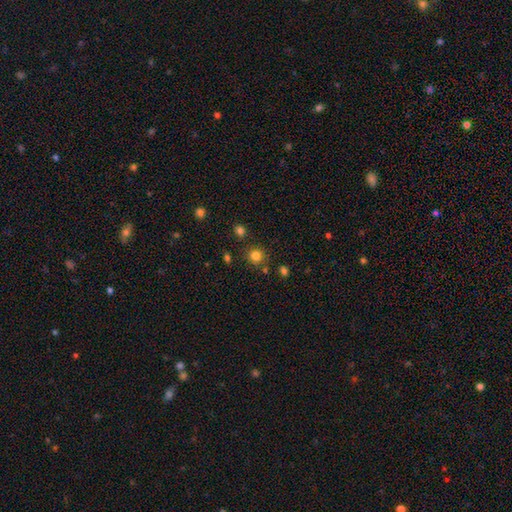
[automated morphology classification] Smooth or featured?
  - smooth: 81% *
  - star or artifact: 14%
  - featured or disk: 5%
How rounded?
  - round: 91% *
  - in between: 8%
  - cigar-shaped: 1%
Merging?
  - none: 85% *
  - minor disturbance: 8%
  - merger: 5%
  - major disturbance: 3%